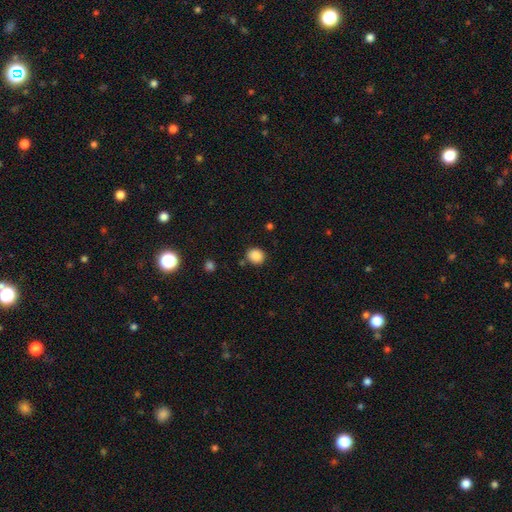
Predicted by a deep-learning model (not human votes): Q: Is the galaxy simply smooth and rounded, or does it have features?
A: smooth — 87%.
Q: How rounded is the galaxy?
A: round — 74%.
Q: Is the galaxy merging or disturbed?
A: none — 81%.